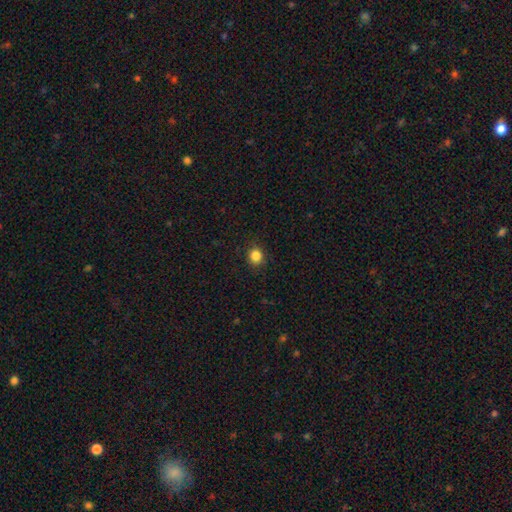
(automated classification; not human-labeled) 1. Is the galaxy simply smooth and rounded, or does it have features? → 85% smooth, 12% star or artifact, 4% featured or disk.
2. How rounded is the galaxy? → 83% round, 16% in between, 1% cigar-shaped.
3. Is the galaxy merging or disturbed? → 90% none, 7% minor disturbance, 2% major disturbance, 1% merger.